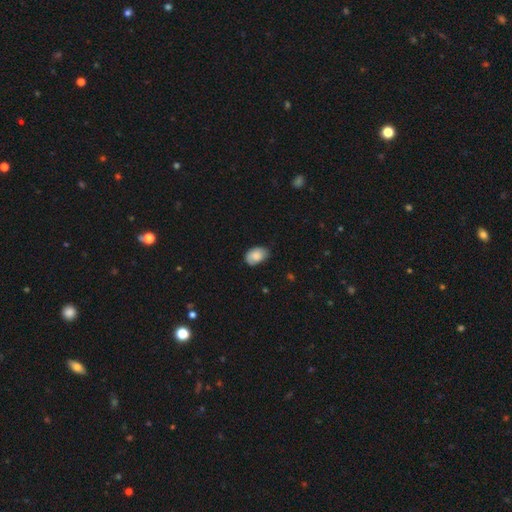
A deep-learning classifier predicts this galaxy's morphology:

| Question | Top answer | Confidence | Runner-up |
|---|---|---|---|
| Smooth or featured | smooth | 81% | featured or disk (12%) |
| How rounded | in between | 86% | round (12%) |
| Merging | none | 70% | minor disturbance (25%) |